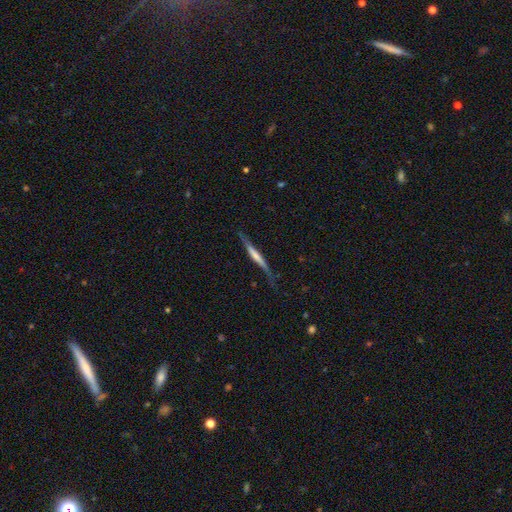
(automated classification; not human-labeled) Smooth or featured: featured or disk — 54% (smooth — 40%)
Edge-on disk: yes — 92% (no — 8%)
Merging: none — 66% (minor disturbance — 24%)